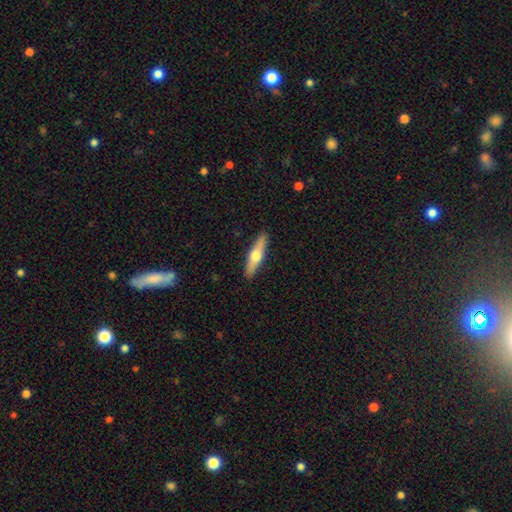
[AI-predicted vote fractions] Smooth or featured? featured or disk (50%)
Merging? none (91%)